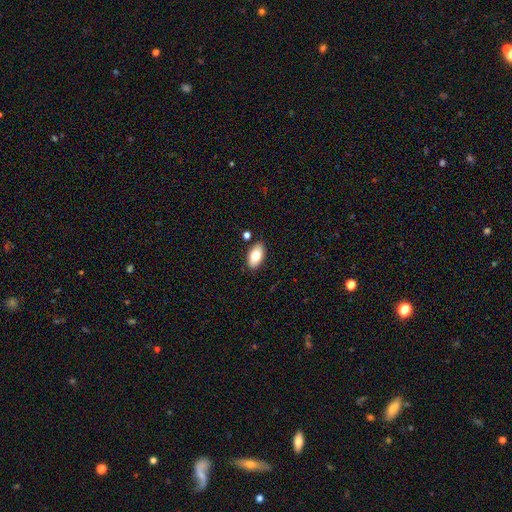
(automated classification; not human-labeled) Smooth or featured? Predicted: smooth (p=0.75). How rounded? Predicted: in between (p=0.93). Merging? Predicted: none (p=0.85).